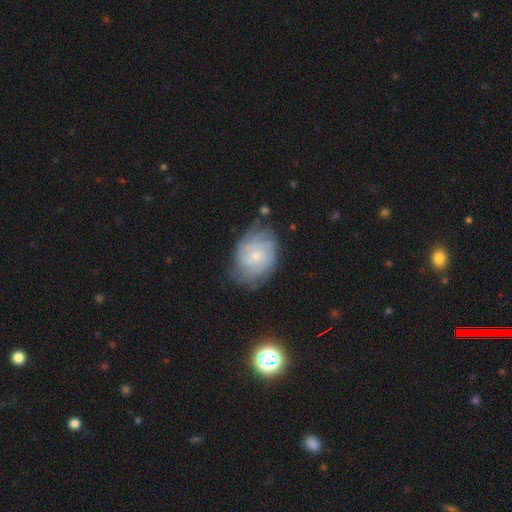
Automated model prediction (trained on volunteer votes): This appears to be a featured or disk galaxy (68%) with no bar (71%), tight (61%) spiral arms (87%) and a small central bulge (74%). Merging: none (62%).